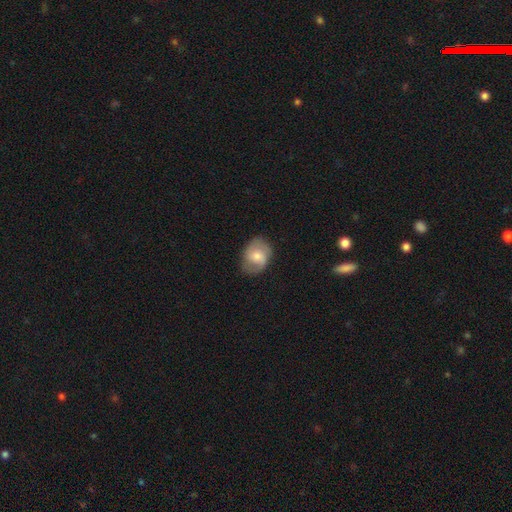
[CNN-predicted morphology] Smooth or featured? smooth (49%)
Merging? none (73%)